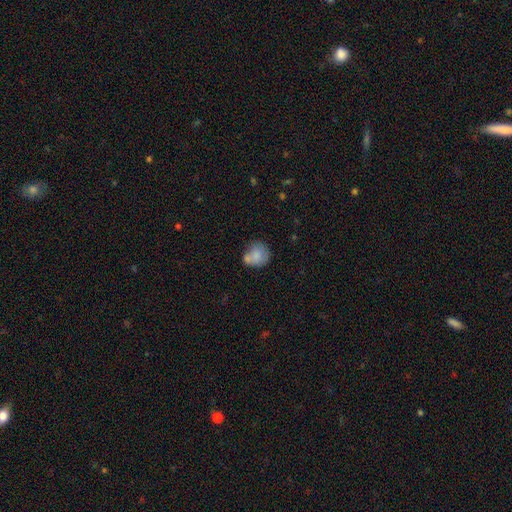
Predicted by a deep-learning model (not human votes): This appears to be a smooth galaxy with no disk features (77%) that is round (76%). Merging: none (44%).